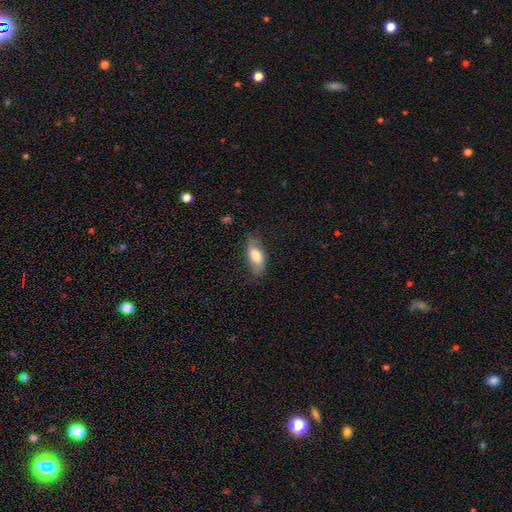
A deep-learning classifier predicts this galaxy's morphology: Smooth or featured? Predicted: smooth (p=0.65). How rounded? Predicted: in between (p=0.80). Merging? Predicted: none (p=0.70).